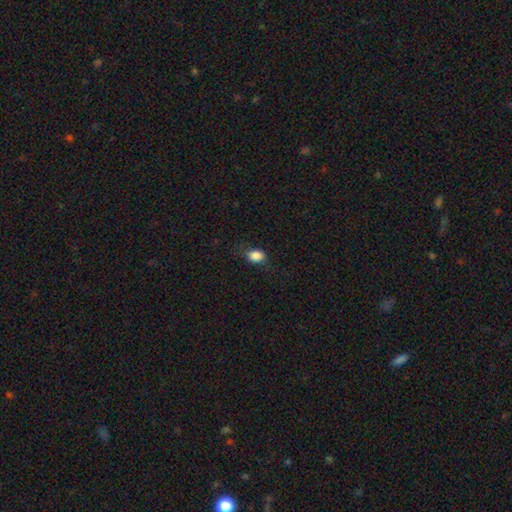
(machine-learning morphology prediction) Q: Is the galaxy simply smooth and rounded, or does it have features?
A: smooth — 86%.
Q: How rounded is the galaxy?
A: in between — 67%.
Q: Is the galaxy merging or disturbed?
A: none — 72%.